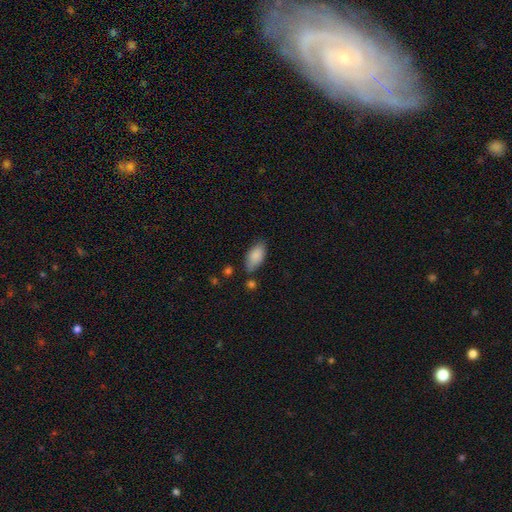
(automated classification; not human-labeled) smooth 86%, featured or disk 7%, star or artifact 7%. Down the decision tree: how rounded — in between (90%); merging — none (67%).